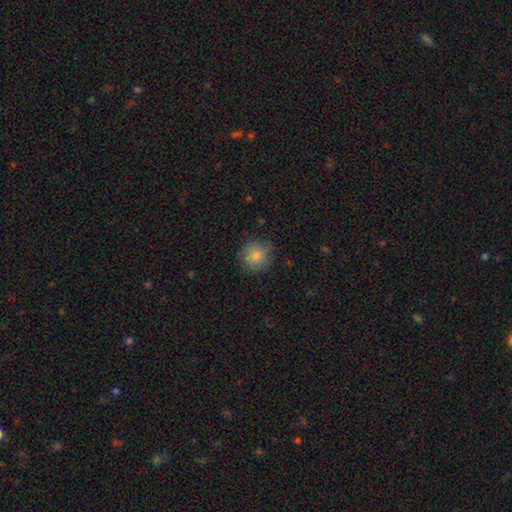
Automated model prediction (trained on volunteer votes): Smooth or featured? Predicted: smooth (p=0.80). How rounded? Predicted: round (p=0.93). Merging? Predicted: none (p=0.83).